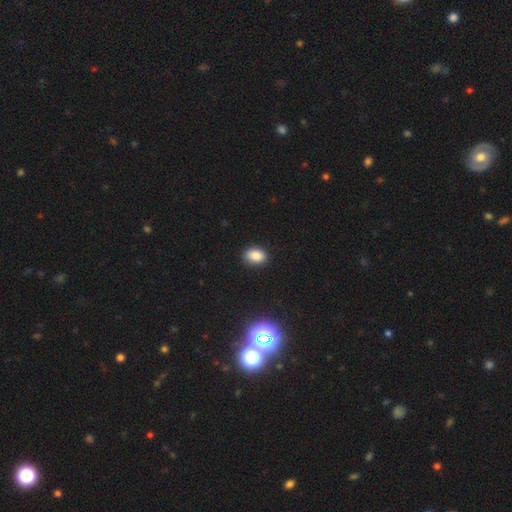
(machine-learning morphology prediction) Smooth or featured: smooth — 85% (star or artifact — 11%)
How rounded: in between — 75% (round — 23%)
Merging: none — 88% (minor disturbance — 9%)